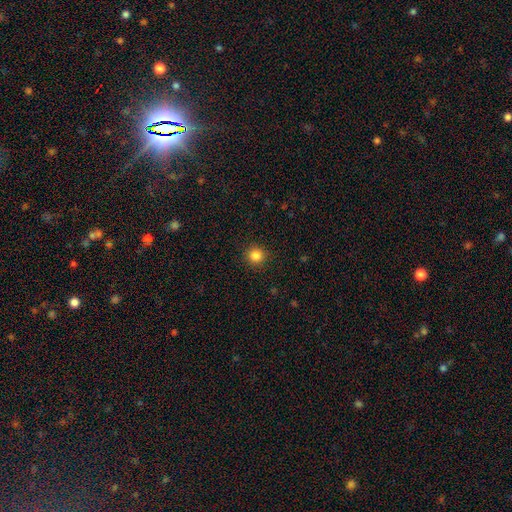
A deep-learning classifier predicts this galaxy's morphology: Smooth or featured: smooth — 85% (star or artifact — 12%)
How rounded: round — 94% (in between — 5%)
Merging: none — 92% (minor disturbance — 5%)